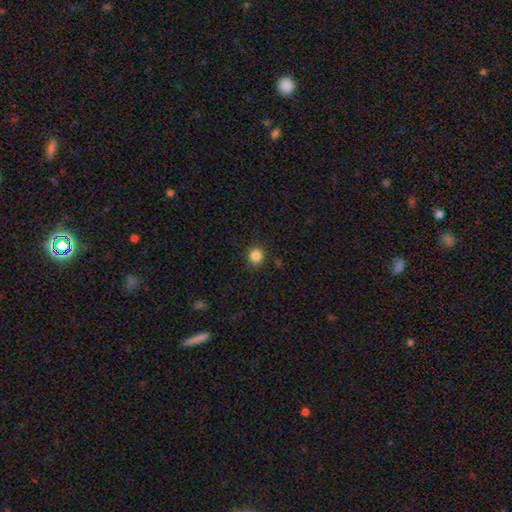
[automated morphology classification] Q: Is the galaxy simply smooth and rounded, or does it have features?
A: smooth — 85%.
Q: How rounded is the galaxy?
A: round — 88%.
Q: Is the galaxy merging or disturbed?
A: none — 90%.